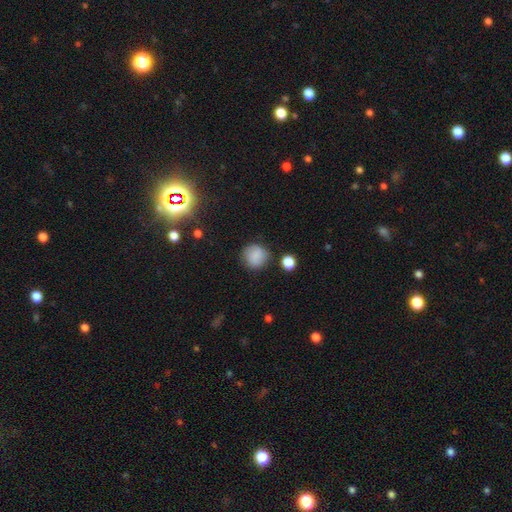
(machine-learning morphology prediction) Q: Smooth or featured?
A: smooth (84%); runner-up: star or artifact (10%)
Q: How rounded?
A: round (89%); runner-up: in between (10%)
Q: Merging?
A: none (81%); runner-up: minor disturbance (13%)